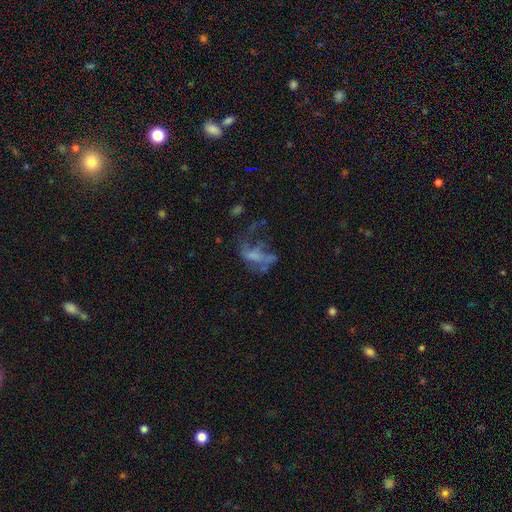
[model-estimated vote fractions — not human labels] Smooth or featured?
  - featured or disk: 55% *
  - smooth: 27%
  - star or artifact: 18%
Edge-on disk?
  - no: 96% *
  - yes: 4%
Bar?
  - no: 75% *
  - weak: 19%
  - strong: 6%
Spiral arms?
  - no: 72% *
  - yes: 28%
Bulge size?
  - none: 64% *
  - small: 16%
  - moderate: 13%
  - large: 5%
  - dominant: 2%
Merging?
  - major disturbance: 51% *
  - none: 27%
  - minor disturbance: 14%
  - merger: 9%